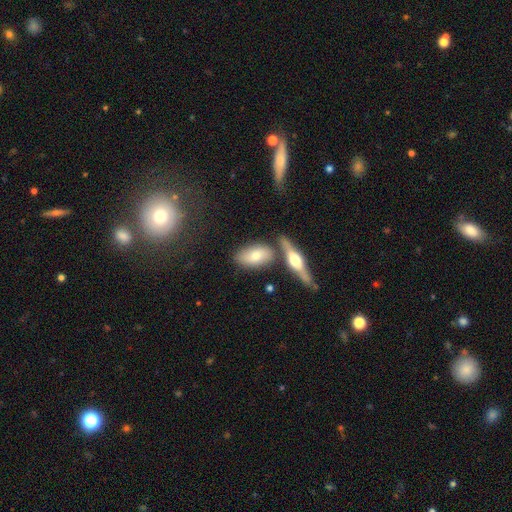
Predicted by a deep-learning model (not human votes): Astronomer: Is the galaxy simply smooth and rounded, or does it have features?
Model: smooth — 67%.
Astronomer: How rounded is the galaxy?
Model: in between — 87%.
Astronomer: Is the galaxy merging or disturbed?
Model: none — 65%.